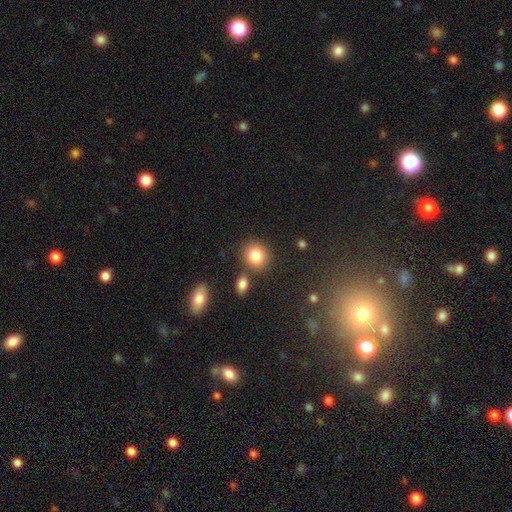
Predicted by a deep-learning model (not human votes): Smooth or featured: smooth — 84% (star or artifact — 9%)
How rounded: round — 76% (in between — 23%)
Merging: none — 77% (merger — 10%)